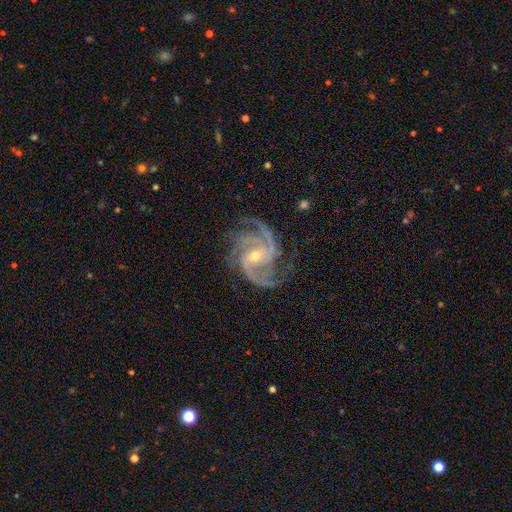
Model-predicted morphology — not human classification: A featured or disk galaxy (94%) with no bar (45%), 3 (46%) medium (51%) spiral arms (99%) and a small central bulge (58%).

Vote fractions:
- Smooth or featured? featured or disk: 94% / star or artifact: 4% / smooth: 2%
- Edge-on disk? no: 98% / yes: 2%
- Bar? no: 45% / weak: 34% / strong: 21%
- Spiral arms? yes: 99% / no: 1%
- Spiral winding? medium: 51% / tight: 41% / loose: 8%
- Spiral arm count? 3: 46% / 4: 24% / 2: 12% / can't tell: 7% / more than 4: 6% / 1: 6%
- Bulge size? small: 58% / moderate: 39% / large: 1% / none: 1% / dominant: 1%
- Merging? none: 75% / minor disturbance: 17% / major disturbance: 7% / merger: 1%